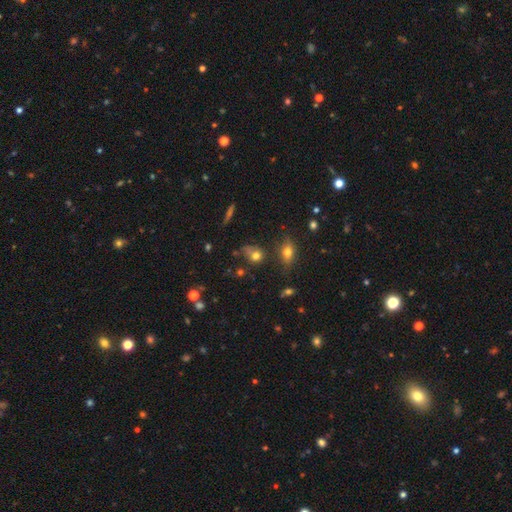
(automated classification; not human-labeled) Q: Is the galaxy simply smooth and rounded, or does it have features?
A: smooth — 71%.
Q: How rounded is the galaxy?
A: round — 63%.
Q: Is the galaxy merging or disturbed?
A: none — 52%.